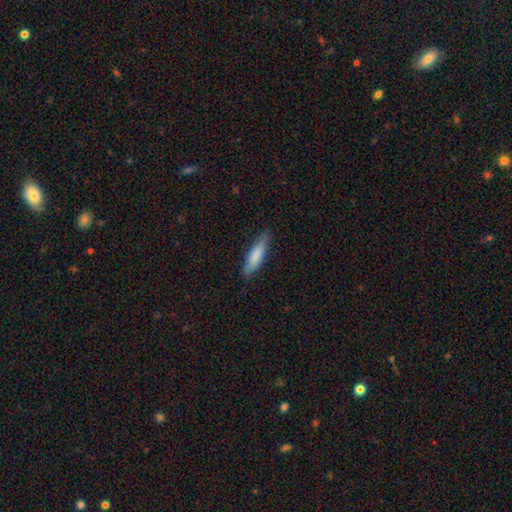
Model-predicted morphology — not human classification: Smooth or featured?
  - smooth: 81% *
  - featured or disk: 14%
  - star or artifact: 5%
How rounded?
  - cigar-shaped: 71% *
  - in between: 28%
  - round: 1%
Merging?
  - none: 85% *
  - minor disturbance: 12%
  - major disturbance: 2%
  - merger: 1%